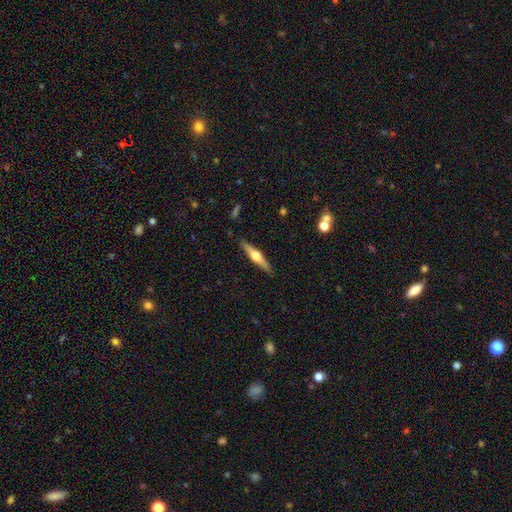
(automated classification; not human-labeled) Smooth or featured?
  - featured or disk: 62% *
  - smooth: 32%
  - star or artifact: 5%
Edge-on disk?
  - yes: 97% *
  - no: 3%
Edge-on bulge?
  - rounded: 94% *
  - boxy: 3%
  - none: 3%
Merging?
  - none: 89% *
  - minor disturbance: 8%
  - major disturbance: 2%
  - merger: 1%